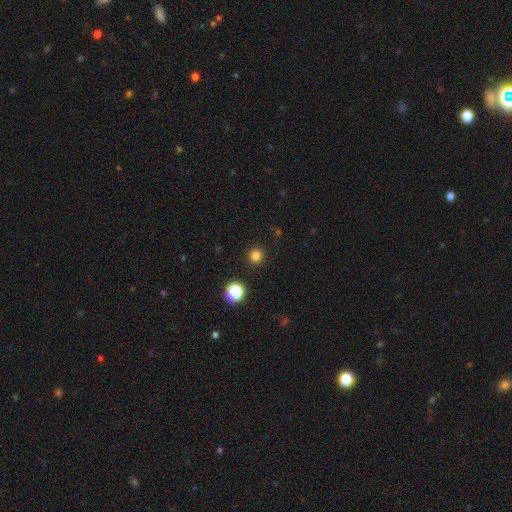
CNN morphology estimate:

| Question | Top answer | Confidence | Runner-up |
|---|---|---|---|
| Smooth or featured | smooth | 81% | star or artifact (15%) |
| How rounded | round | 93% | in between (6%) |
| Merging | none | 92% | minor disturbance (5%) |